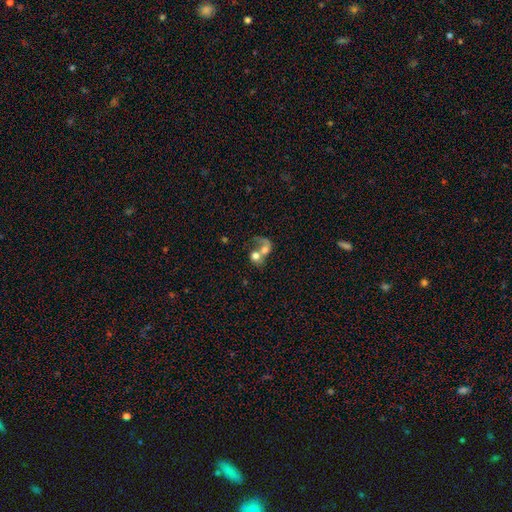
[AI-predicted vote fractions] smooth-or-featured: smooth: 49% | featured or disk: 40% | star or artifact: 10%
  merging: merger: 73% | major disturbance: 12% | none: 10% | minor disturbance: 5%